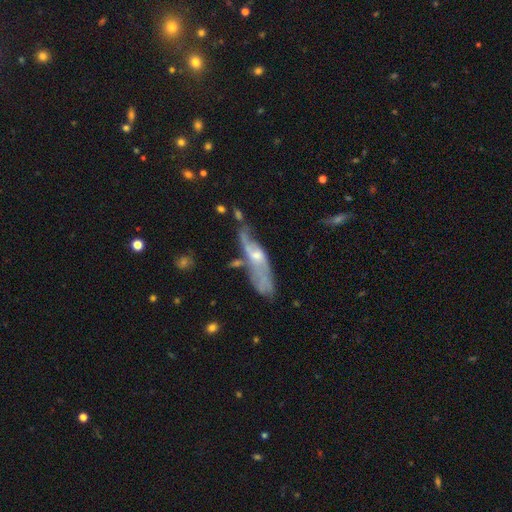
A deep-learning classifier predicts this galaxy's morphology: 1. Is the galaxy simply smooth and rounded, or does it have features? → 62% featured or disk, 28% smooth, 9% star or artifact.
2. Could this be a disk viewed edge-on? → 57% no, 43% yes.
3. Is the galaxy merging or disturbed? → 43% none, 27% minor disturbance, 19% major disturbance, 11% merger.